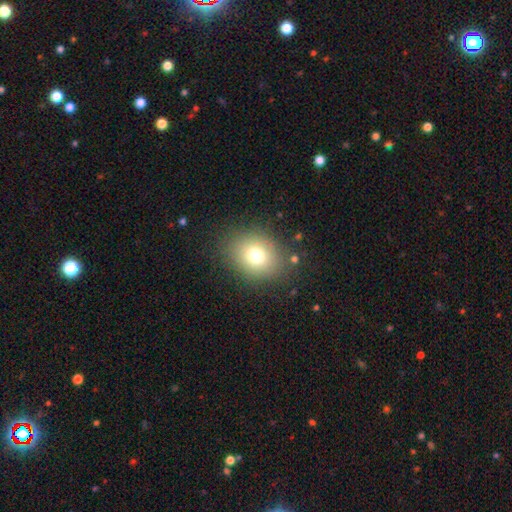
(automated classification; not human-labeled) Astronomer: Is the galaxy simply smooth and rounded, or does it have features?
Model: smooth — 75%.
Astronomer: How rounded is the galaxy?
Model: round — 53% (runner-up: in between, 46%).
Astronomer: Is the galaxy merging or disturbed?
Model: none — 83%.